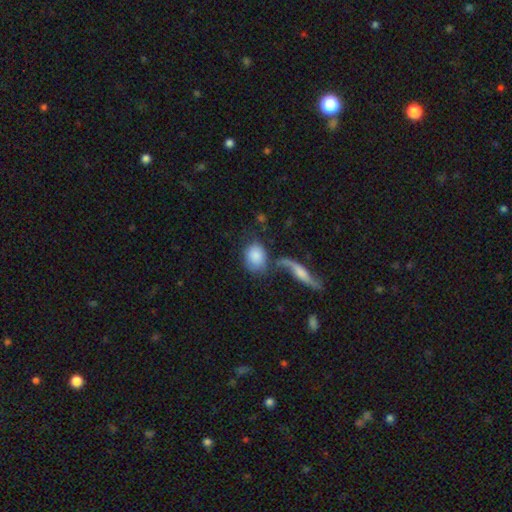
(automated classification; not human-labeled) Overall: smooth (82%). How rounded: in between (58%; round 39%). Merging: none (45%; merger 30%).